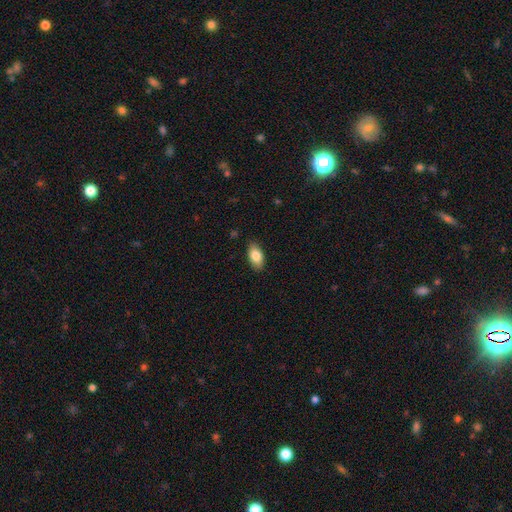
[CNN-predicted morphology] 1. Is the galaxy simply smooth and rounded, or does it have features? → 84% smooth, 9% featured or disk, 7% star or artifact.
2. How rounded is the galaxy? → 93% in between, 4% round, 3% cigar-shaped.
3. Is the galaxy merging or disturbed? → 87% none, 10% minor disturbance, 2% major disturbance, 1% merger.